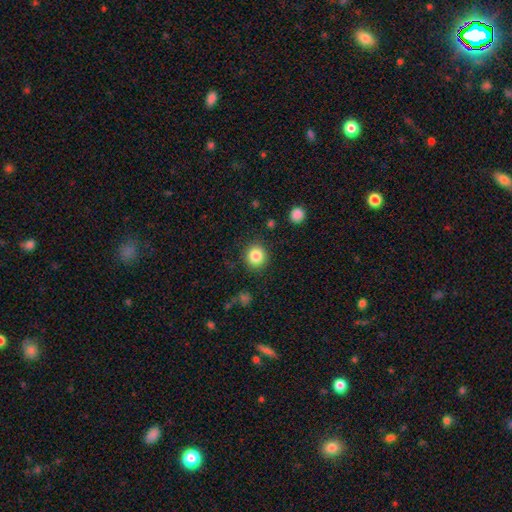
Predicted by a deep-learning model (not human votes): This is clearly a smooth galaxy (85%). How rounded: clearly round (89%). Merging: clearly none (88%).